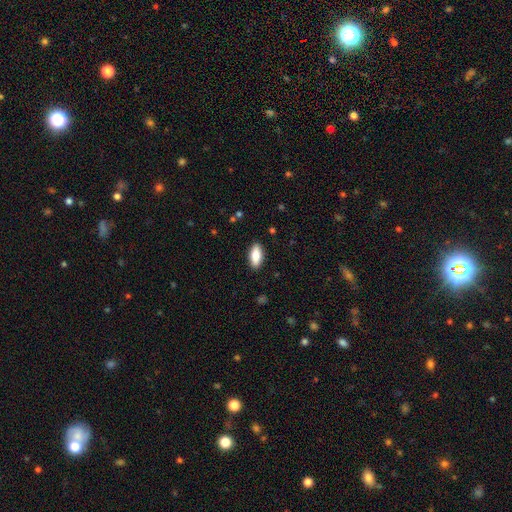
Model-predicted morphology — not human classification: smooth-or-featured: smooth: 83% | featured or disk: 11% | star or artifact: 6%
  how-rounded: in between: 84% | cigar-shaped: 13% | round: 2%
  merging: none: 89% | minor disturbance: 8% | major disturbance: 2% | merger: 1%